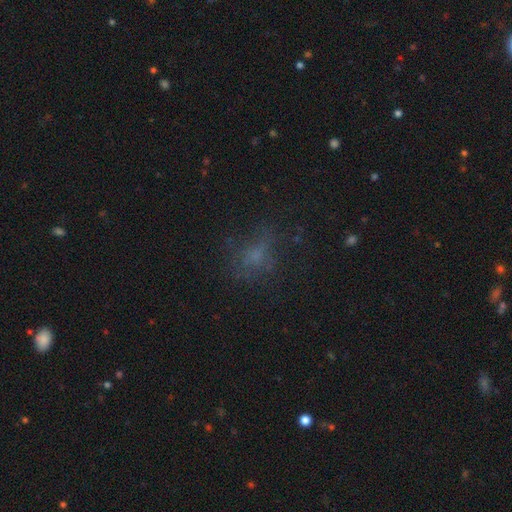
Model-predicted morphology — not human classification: A smooth galaxy with no disk features (47%). Merging: none (55%).